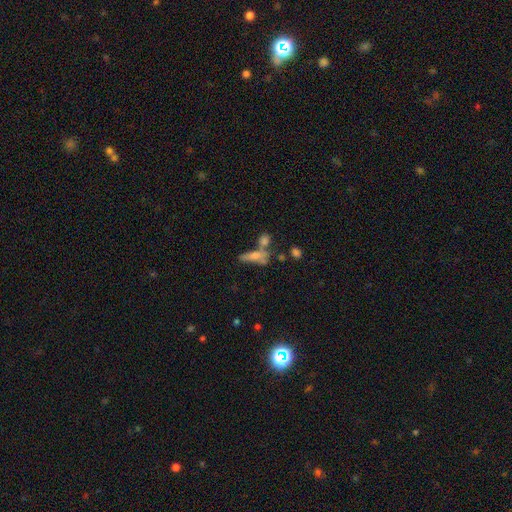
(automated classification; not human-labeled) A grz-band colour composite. It shows a smooth galaxy with no disk features (58%) that is cigar-shaped (49%). Merging: none (37%).